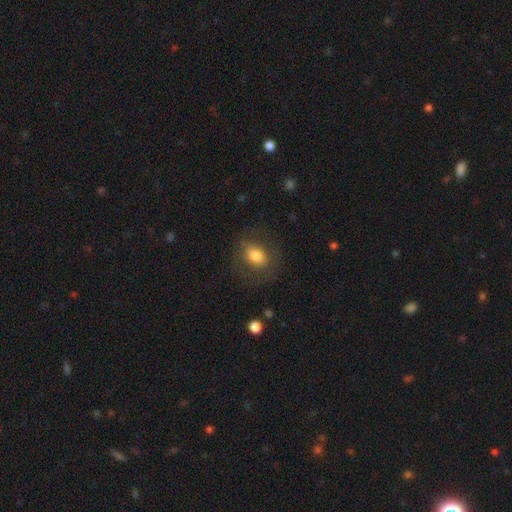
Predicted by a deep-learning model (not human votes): Smooth or featured? smooth (76%)
How rounded? in between (57%)
Merging? none (71%)